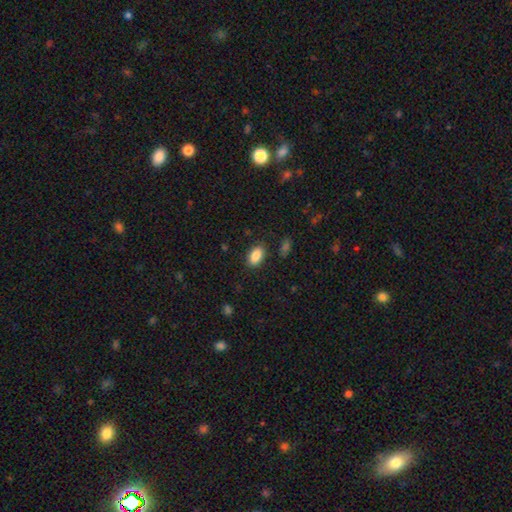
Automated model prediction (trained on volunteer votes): Morphology: type=smooth (88%); roundness=in between (92%); merging=none (85%).